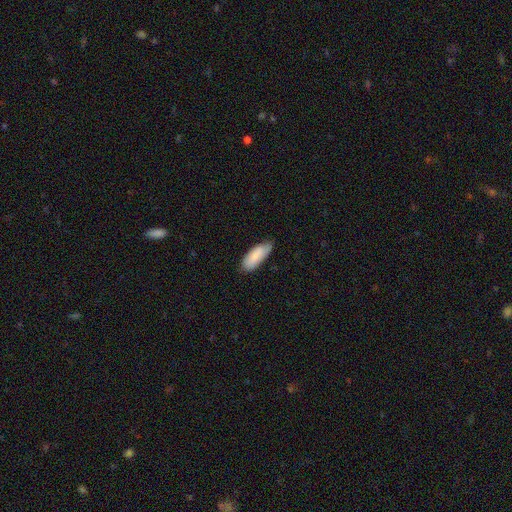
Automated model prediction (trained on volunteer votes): A smooth galaxy with no disk features (83%) that is in between round and cigar-shaped (75%). Merging: none (66%).